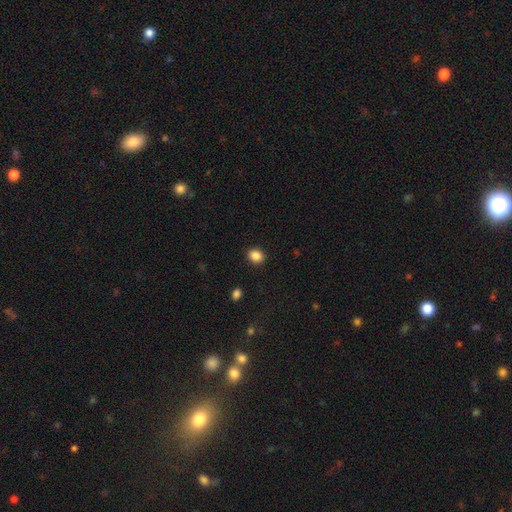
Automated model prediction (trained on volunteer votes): smooth_or_featured: smooth (p=0.87) [alt: star or artifact p=0.10]
how_rounded: round (p=0.58) [alt: in between p=0.41]
merging: none (p=0.91) [alt: minor disturbance p=0.06]